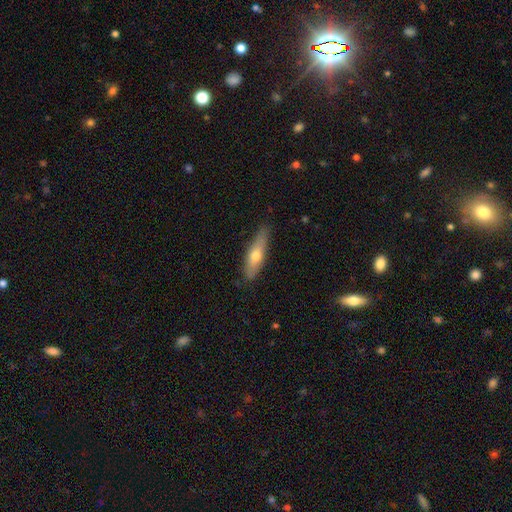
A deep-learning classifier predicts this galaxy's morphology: smooth_or_featured: smooth (p=0.58) [alt: featured or disk p=0.36]
how_rounded: cigar-shaped (p=0.68) [alt: in between p=0.30]
merging: none (p=0.79) [alt: minor disturbance p=0.16]